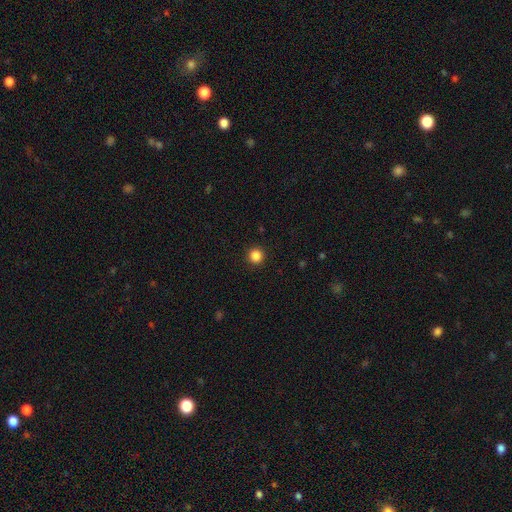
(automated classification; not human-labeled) smooth_or_featured: smooth (p=0.86) [alt: star or artifact p=0.11]
how_rounded: round (p=0.96) [alt: in between p=0.04]
merging: none (p=0.93) [alt: minor disturbance p=0.04]